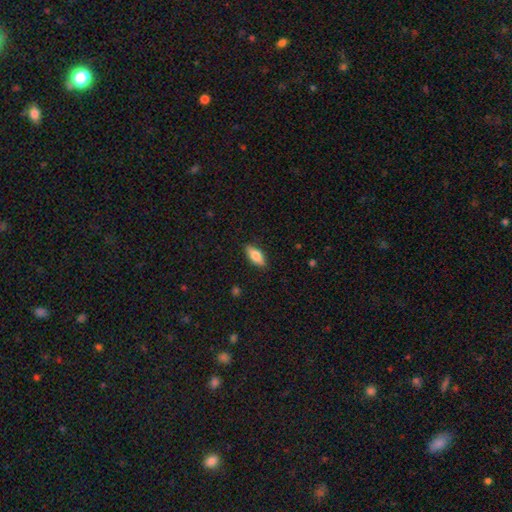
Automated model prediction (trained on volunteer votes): Smooth or featured: smooth — 77% (featured or disk — 17%)
How rounded: in between — 79% (cigar-shaped — 18%)
Merging: none — 87% (minor disturbance — 9%)